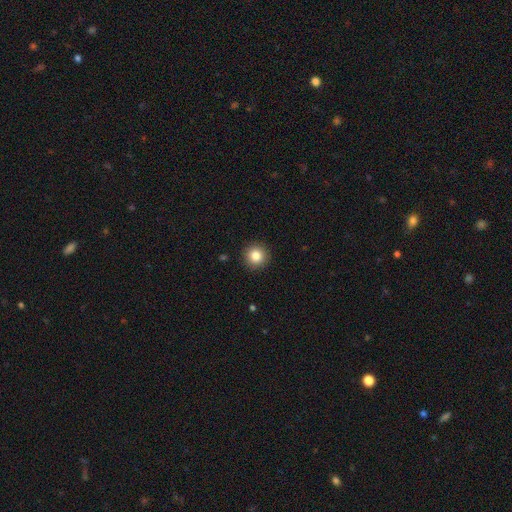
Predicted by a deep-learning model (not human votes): A smooth galaxy with no disk features (84%) that is round (95%). Merging: none (92%).